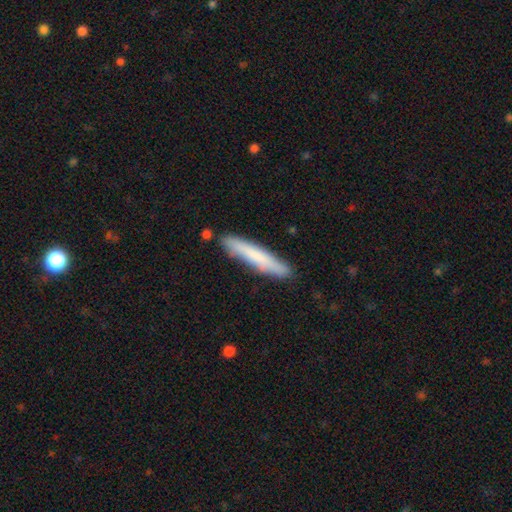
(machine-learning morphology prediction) This appears to be a smooth galaxy with no disk features (72%) that is cigar-shaped (93%). Merging: none (85%).